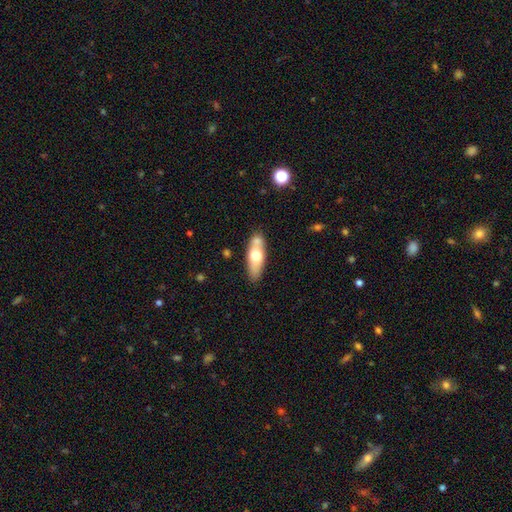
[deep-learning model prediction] This is possibly a smooth galaxy (59%). How rounded: likely in between (62%). Merging: likely none (66%).